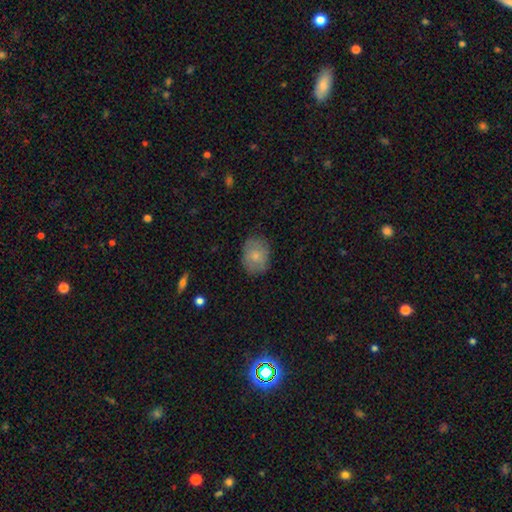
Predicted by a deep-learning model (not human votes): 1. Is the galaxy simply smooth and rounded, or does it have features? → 76% smooth, 17% featured or disk, 7% star or artifact.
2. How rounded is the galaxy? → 57% in between, 42% round, 1% cigar-shaped.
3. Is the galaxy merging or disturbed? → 80% none, 15% minor disturbance, 4% major disturbance, 1% merger.